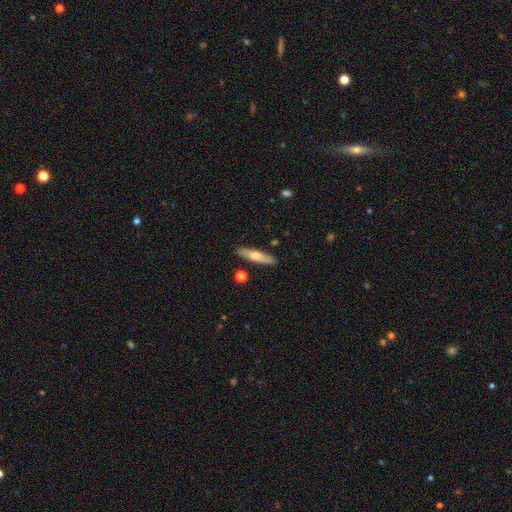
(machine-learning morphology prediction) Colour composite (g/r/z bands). It shows a smooth galaxy with no disk features (57%) that is cigar-shaped (79%). Merging: none (87%).